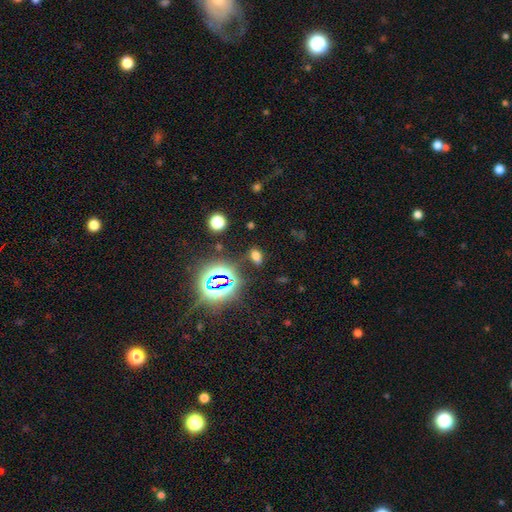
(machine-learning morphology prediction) This appears to be a smooth galaxy with no disk features (57%) that is in between round and cigar-shaped (83%). Merging: none (79%).